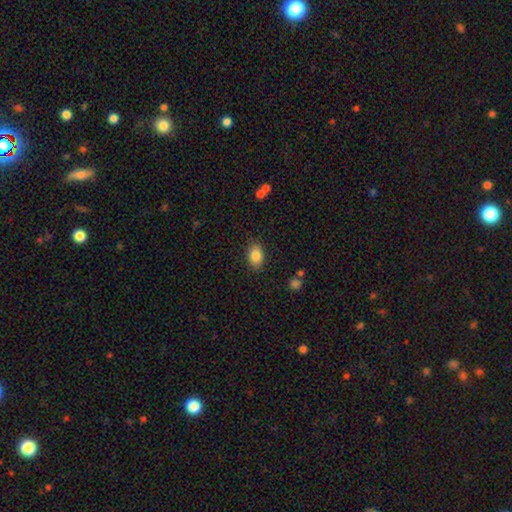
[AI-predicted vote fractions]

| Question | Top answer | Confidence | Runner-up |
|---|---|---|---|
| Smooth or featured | smooth | 85% | star or artifact (8%) |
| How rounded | in between | 85% | round (14%) |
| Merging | none | 85% | minor disturbance (11%) |